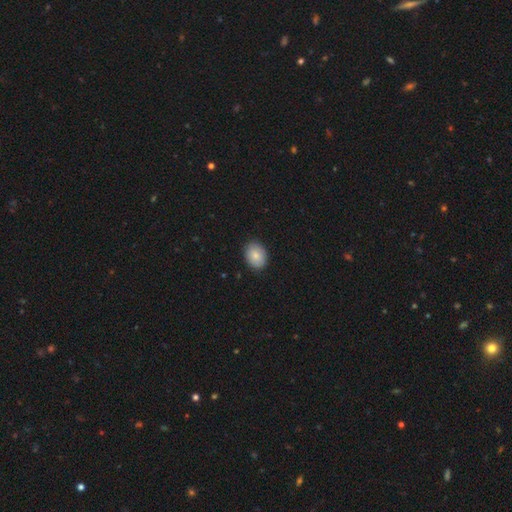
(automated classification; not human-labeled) This appears to be a smooth galaxy with no disk features (83%) that is in between round and cigar-shaped (64%). Merging: none (86%).